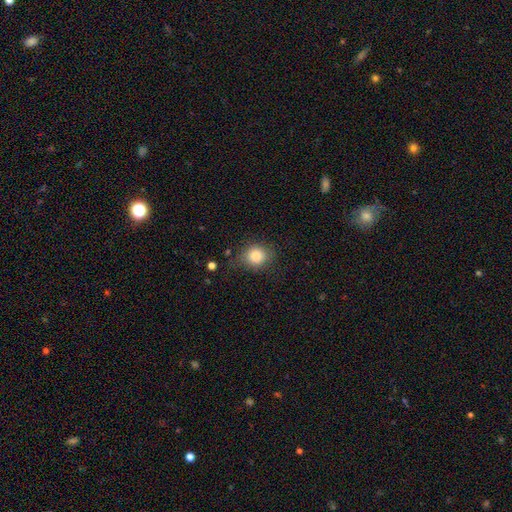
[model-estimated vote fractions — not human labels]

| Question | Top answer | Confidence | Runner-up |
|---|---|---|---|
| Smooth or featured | smooth | 84% | star or artifact (10%) |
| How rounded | round | 74% | in between (25%) |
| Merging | none | 71% | minor disturbance (20%) |